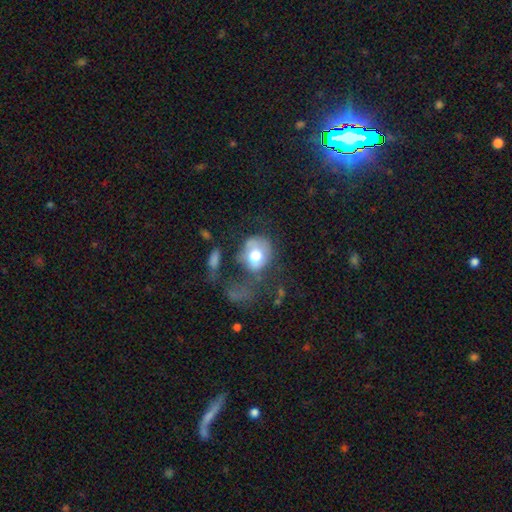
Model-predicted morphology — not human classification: Smooth or featured? smooth (63%)
How rounded? round (60%)
Merging? major disturbance (45%)